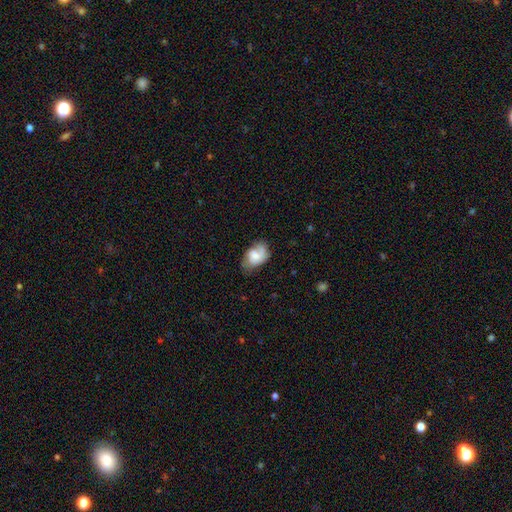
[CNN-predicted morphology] smooth 55%, featured or disk 37%, star or artifact 8%. Down the decision tree: how rounded — in between (85%); merging — none (48%).